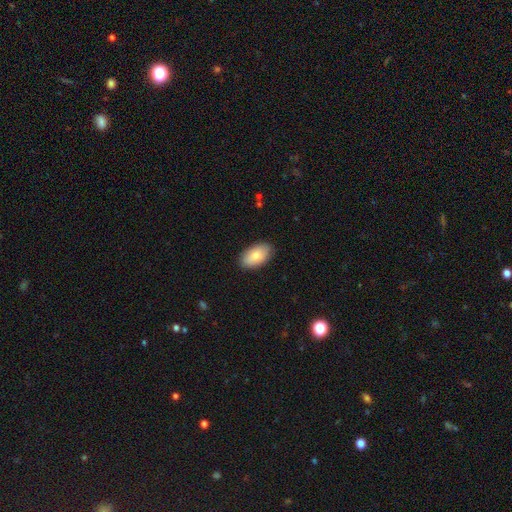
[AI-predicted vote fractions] Overall: smooth (81%). How rounded: in between (95%). Merging: none (87%).